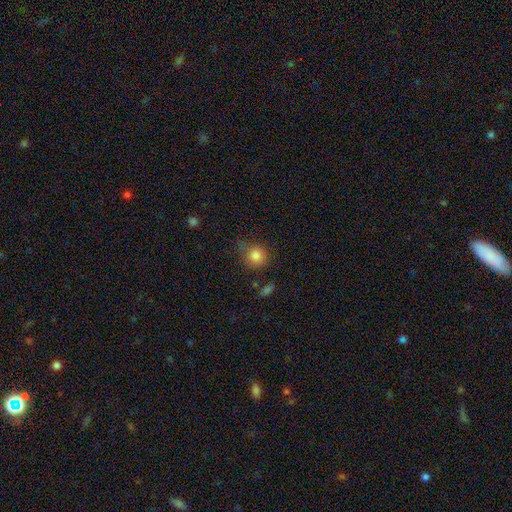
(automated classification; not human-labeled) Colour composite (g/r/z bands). It shows a smooth galaxy with no disk features (82%) that is round (88%). Merging: none (70%).